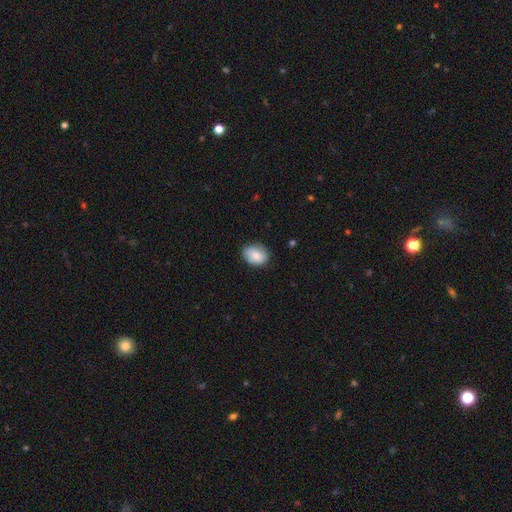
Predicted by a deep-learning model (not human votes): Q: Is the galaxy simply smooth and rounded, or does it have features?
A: smooth — 79%.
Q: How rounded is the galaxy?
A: in between — 60%.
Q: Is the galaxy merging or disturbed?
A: none — 76%.